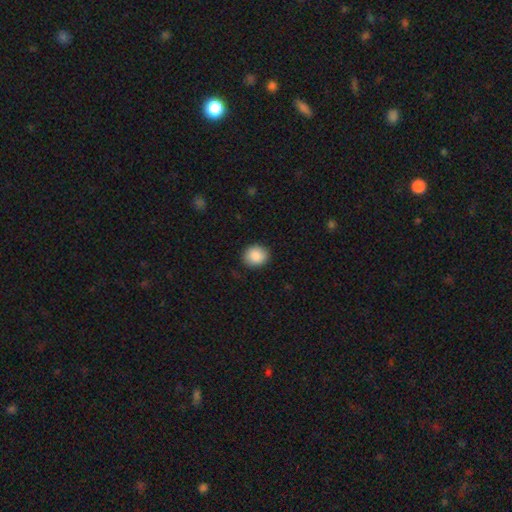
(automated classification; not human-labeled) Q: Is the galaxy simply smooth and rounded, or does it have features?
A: smooth — 89%.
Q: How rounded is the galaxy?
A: round — 71%.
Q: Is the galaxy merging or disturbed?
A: none — 88%.